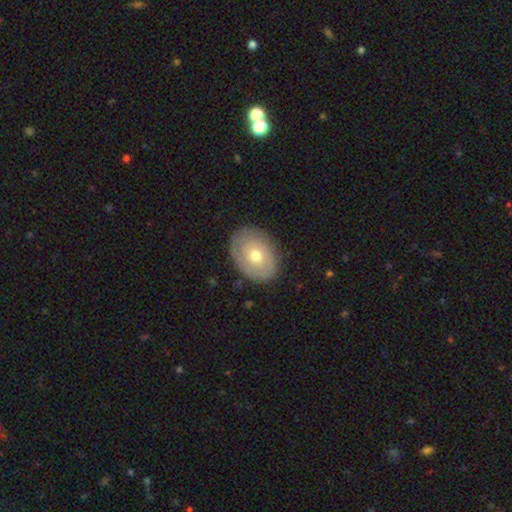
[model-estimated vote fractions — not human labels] The model was most divided on "smooth or featured": smooth: 51%, featured or disk: 43%, star or artifact: 6%. More confident: merging — none (82%); how rounded — in between (73%).